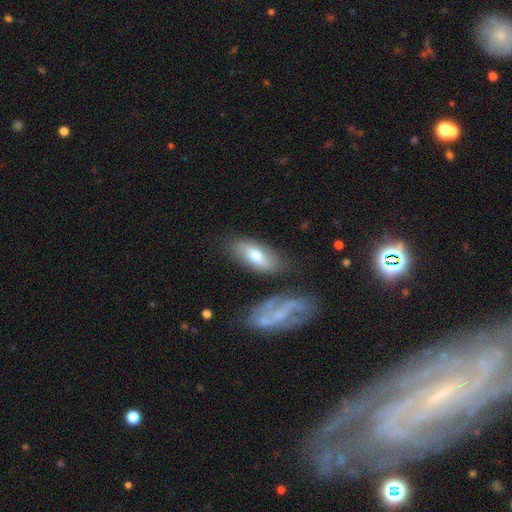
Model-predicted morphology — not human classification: smooth-or-featured: smooth: 67% | featured or disk: 27% | star or artifact: 6%
  how-rounded: in between: 82% | cigar-shaped: 15% | round: 3%
  merging: none: 72% | minor disturbance: 16% | merger: 8% | major disturbance: 5%